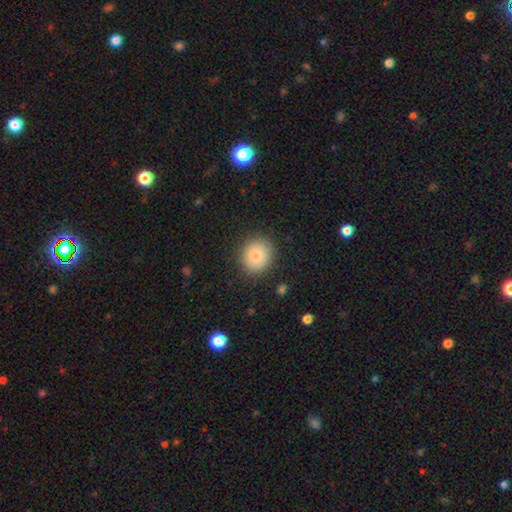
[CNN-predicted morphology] Overall: smooth (82%). How rounded: round (81%). Merging: none (88%).